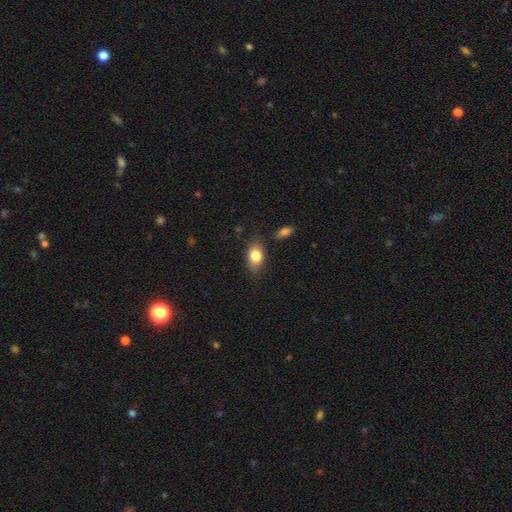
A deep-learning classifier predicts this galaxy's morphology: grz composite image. It shows a smooth galaxy with no disk features (82%) that is in between round and cigar-shaped (84%). Merging: none (78%).